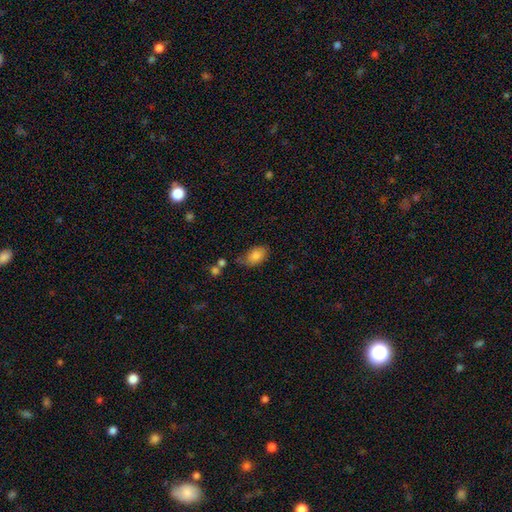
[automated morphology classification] Smooth or featured? smooth (82%)
How rounded? in between (90%)
Merging? none (57%)